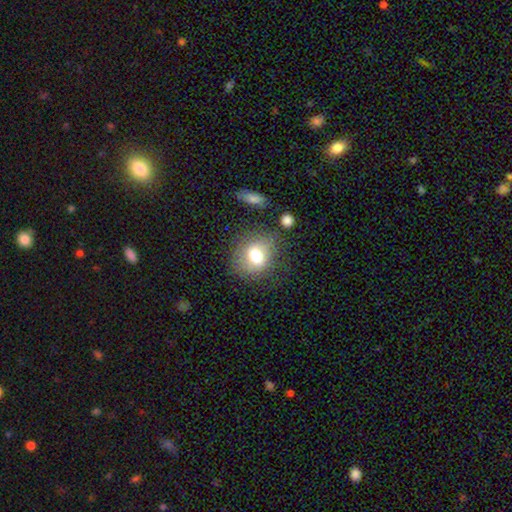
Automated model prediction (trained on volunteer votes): Q: Smooth or featured?
A: smooth (73%); runner-up: featured or disk (16%)
Q: How rounded?
A: round (67%); runner-up: in between (32%)
Q: Merging?
A: none (73%); runner-up: minor disturbance (16%)